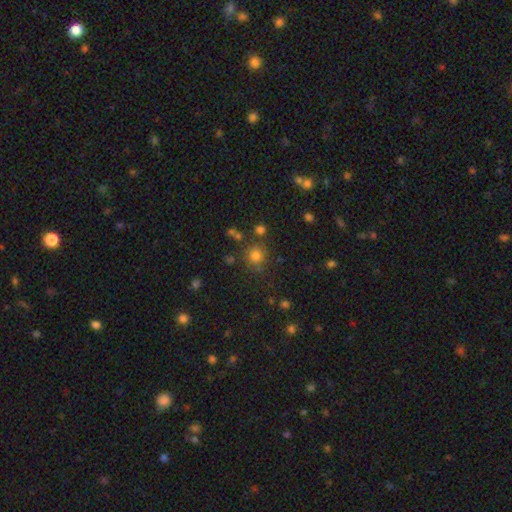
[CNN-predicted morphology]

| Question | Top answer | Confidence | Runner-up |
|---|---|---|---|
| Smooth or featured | smooth | 77% | star or artifact (16%) |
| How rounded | round | 88% | in between (11%) |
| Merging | none | 77% | minor disturbance (11%) |